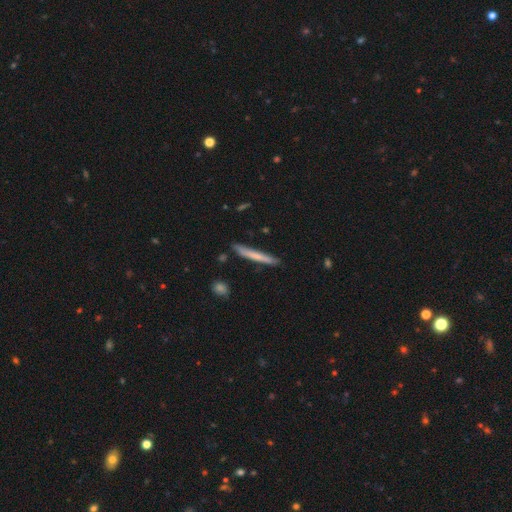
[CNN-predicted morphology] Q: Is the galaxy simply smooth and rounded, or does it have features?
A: smooth — 64%.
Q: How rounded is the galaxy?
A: cigar-shaped — 96%.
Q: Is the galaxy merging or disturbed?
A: none — 84%.